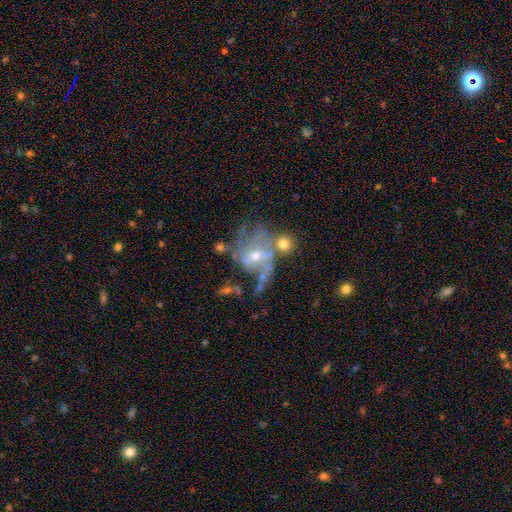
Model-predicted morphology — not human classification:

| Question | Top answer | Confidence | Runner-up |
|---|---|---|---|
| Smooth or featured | featured or disk | 79% | smooth (12%) |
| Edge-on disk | no | 97% | yes (3%) |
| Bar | weak | 44% | no (39%) |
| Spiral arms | yes | 85% | no (15%) |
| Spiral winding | medium | 42% | loose (34%) |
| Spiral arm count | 2 | 39% | can't tell (28%) |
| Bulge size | moderate | 48% | small (47%) |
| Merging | none | 37% | major disturbance (25%) |